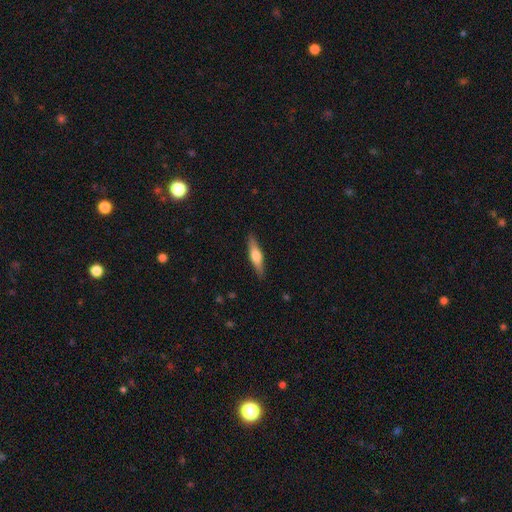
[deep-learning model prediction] Q: Smooth or featured?
A: featured or disk (52%); runner-up: smooth (43%)
Q: Edge-on disk?
A: yes (95%); runner-up: no (5%)
Q: Merging?
A: none (89%); runner-up: minor disturbance (8%)